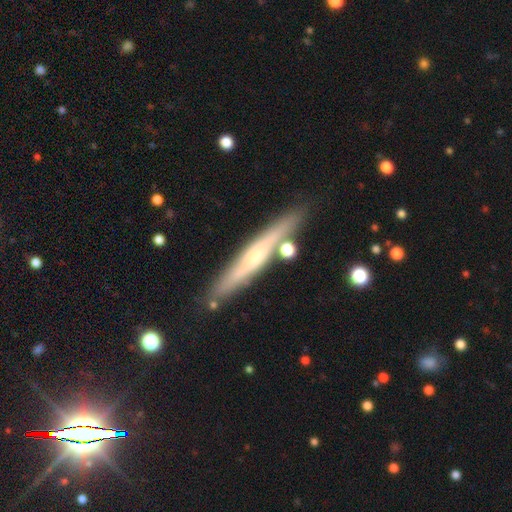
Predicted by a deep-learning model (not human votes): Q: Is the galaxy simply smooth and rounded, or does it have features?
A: featured or disk — 60%.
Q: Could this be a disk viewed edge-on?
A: yes — 92%.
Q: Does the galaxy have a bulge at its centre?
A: rounded — 61%.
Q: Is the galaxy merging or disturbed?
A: none — 82%.